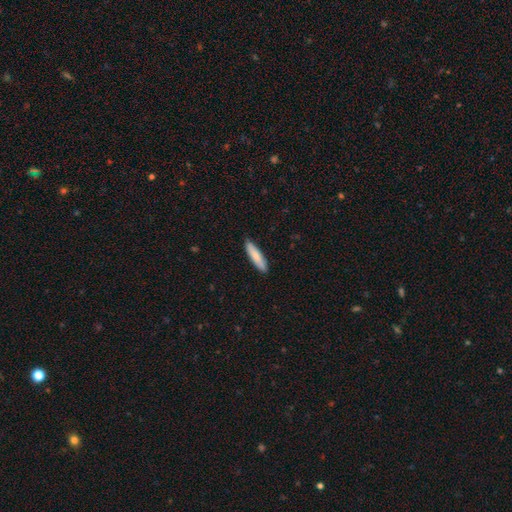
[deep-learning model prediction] Smooth or featured: smooth — 82% (featured or disk — 13%)
How rounded: cigar-shaped — 79% (in between — 20%)
Merging: none — 88% (minor disturbance — 9%)